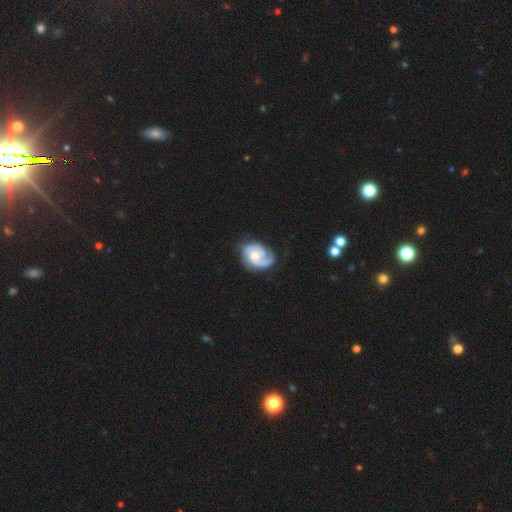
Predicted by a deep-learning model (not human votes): This is clearly a featured or disk galaxy (85%). It is clearly not viewed edge-on (98%). Bar: likely no (66%). Spiral arm pattern: clearly yes (96%). Spiral arm count: possibly 2 (57%). Spiral winding: marginally medium (43%). Central bulge: likely moderate (62%). Merging: likely none (64%).